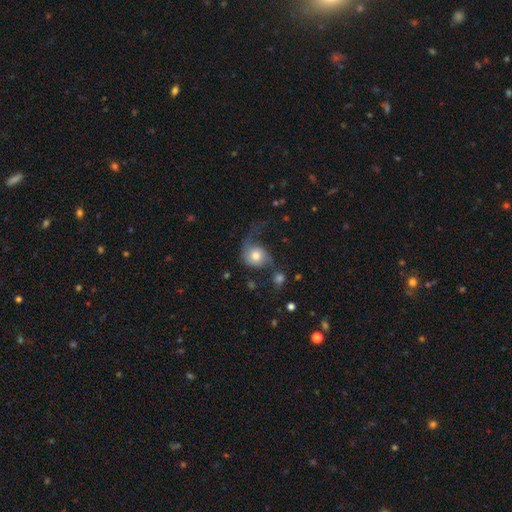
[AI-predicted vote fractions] Smooth or featured?
  - smooth: 57% *
  - featured or disk: 35%
  - star or artifact: 8%
How rounded?
  - round: 73% *
  - in between: 26%
  - cigar-shaped: 1%
Merging?
  - major disturbance: 38% *
  - none: 30%
  - minor disturbance: 23%
  - merger: 9%